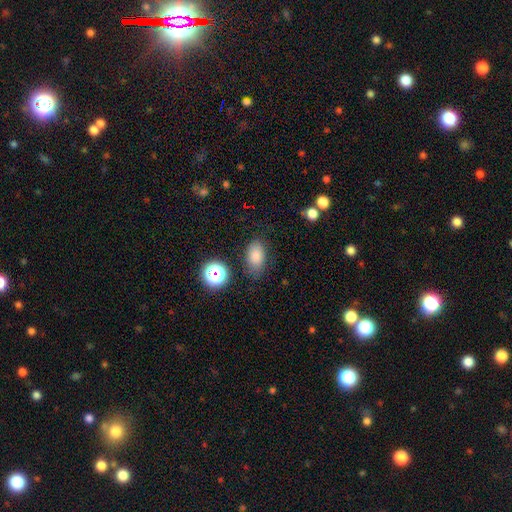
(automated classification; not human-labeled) Smooth or featured? Predicted: smooth (p=0.78). How rounded? Predicted: in between (p=0.88). Merging? Predicted: none (p=0.78).